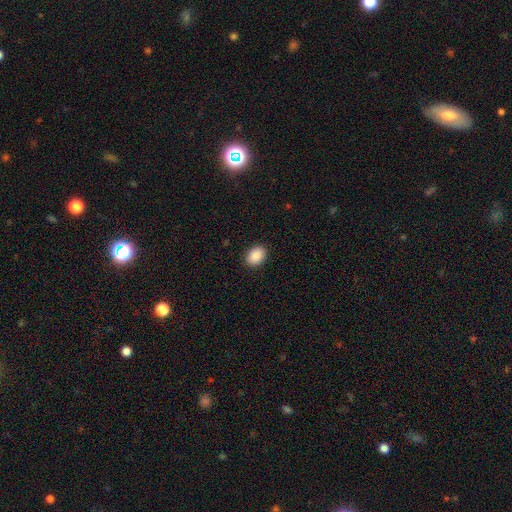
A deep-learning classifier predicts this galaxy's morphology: smooth-or-featured: smooth: 89% | star or artifact: 7% | featured or disk: 3%
  how-rounded: in between: 73% | round: 26% | cigar-shaped: 1%
  merging: none: 90% | minor disturbance: 7% | major disturbance: 2% | merger: 1%